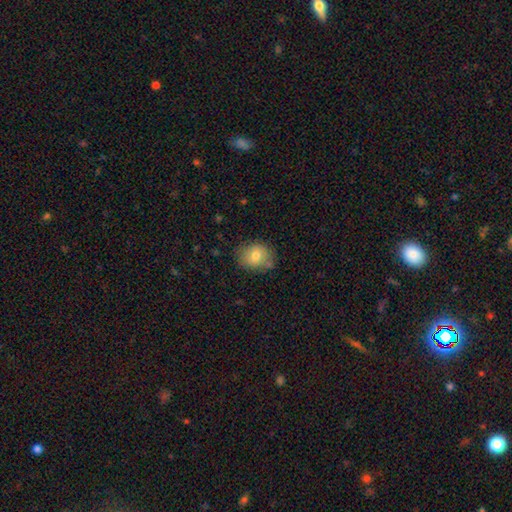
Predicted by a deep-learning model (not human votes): This appears to be a smooth galaxy with no disk features (77%) that is round (60%). Merging: none (73%).